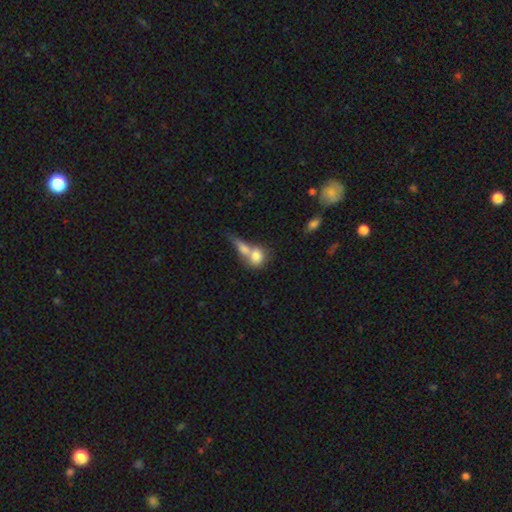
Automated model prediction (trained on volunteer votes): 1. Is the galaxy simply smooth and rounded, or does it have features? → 77% smooth, 16% featured or disk, 8% star or artifact.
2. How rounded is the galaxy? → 55% round, 40% in between, 6% cigar-shaped.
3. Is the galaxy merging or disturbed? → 65% merger, 22% none, 7% minor disturbance, 6% major disturbance.